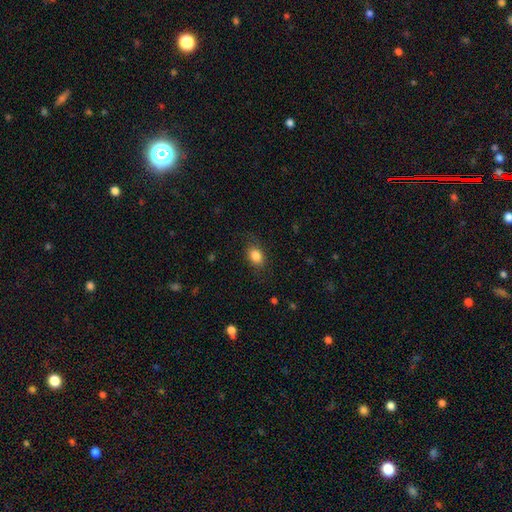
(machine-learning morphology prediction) This appears to be a smooth galaxy with no disk features (84%) that is in between round and cigar-shaped (68%). Merging: none (79%).